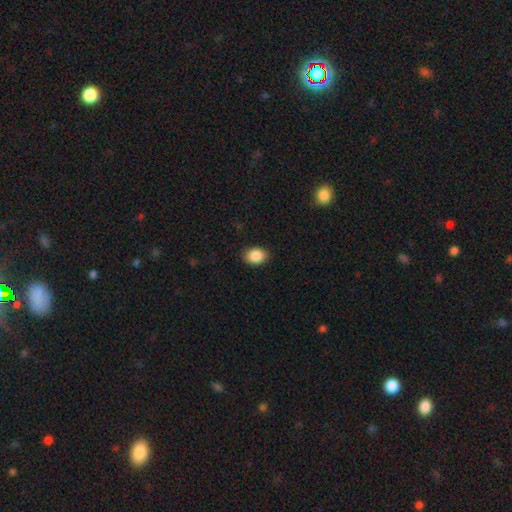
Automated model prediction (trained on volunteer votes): smooth_or_featured: smooth (p=0.88) [alt: star or artifact p=0.08]
how_rounded: in between (p=0.71) [alt: round p=0.28]
merging: none (p=0.88) [alt: minor disturbance p=0.09]